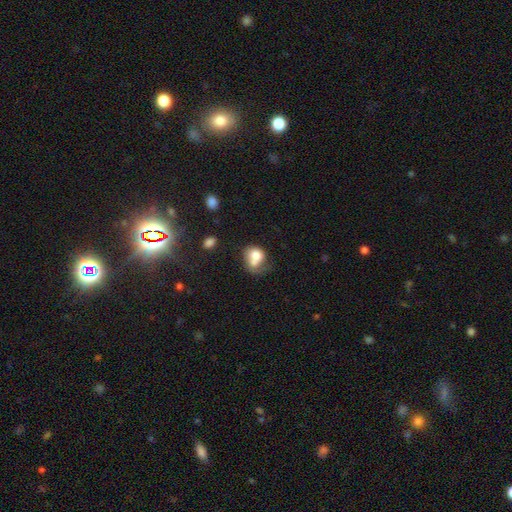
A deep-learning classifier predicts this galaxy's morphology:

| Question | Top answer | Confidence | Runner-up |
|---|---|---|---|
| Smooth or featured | smooth | 72% | featured or disk (19%) |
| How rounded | round | 55% | in between (44%) |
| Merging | merger | 46% | none (24%) |